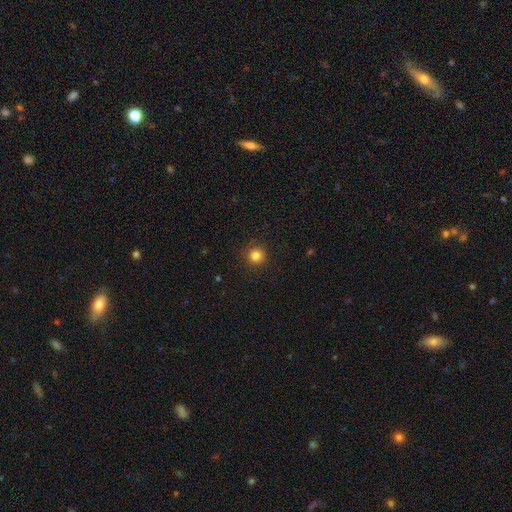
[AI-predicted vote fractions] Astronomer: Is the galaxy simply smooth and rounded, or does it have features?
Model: smooth — 83%.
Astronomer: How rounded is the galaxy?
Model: round — 95%.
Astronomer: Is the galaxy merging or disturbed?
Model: none — 90%.